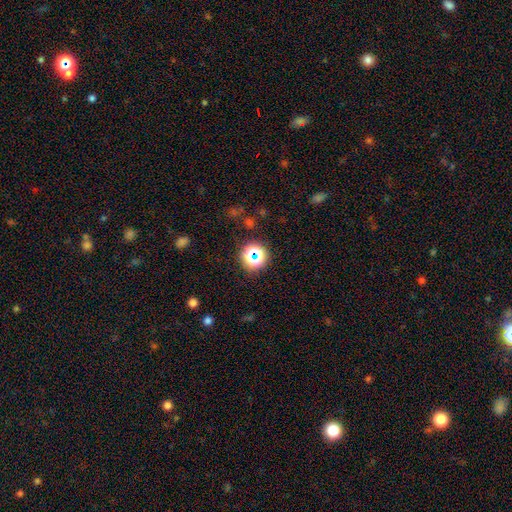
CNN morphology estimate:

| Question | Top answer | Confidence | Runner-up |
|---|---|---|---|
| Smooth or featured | star or artifact | 53% | smooth (37%) |